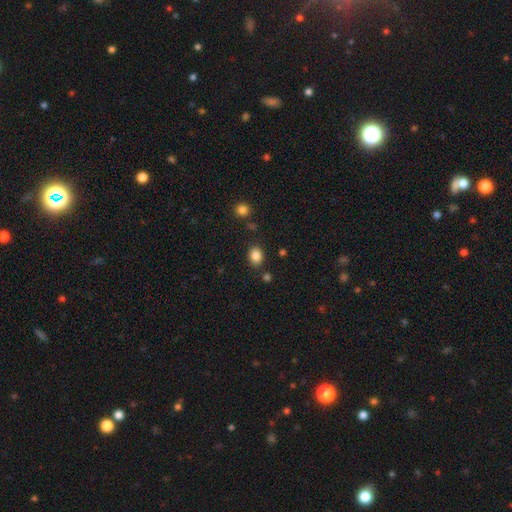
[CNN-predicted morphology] A smooth galaxy with no disk features (85%) that is in between round and cigar-shaped (51%).

Vote fractions:
- Smooth or featured? smooth: 85% / star or artifact: 10% / featured or disk: 4%
- How rounded? in between: 51% / round: 49% / cigar-shaped: 1%
- Merging? none: 83% / minor disturbance: 10% / merger: 4% / major disturbance: 3%